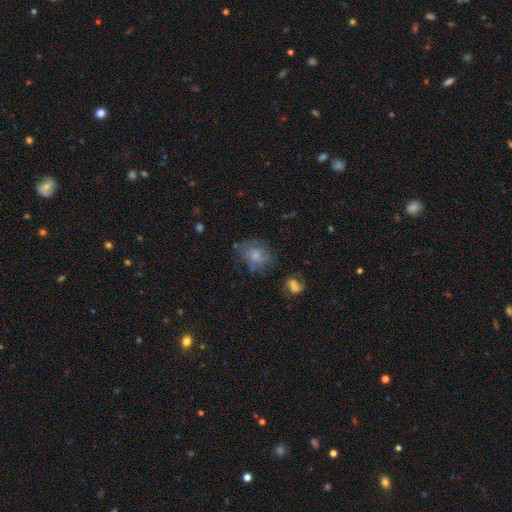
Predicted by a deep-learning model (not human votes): Overall: smooth (61%; featured or disk 28%). How rounded: round (59%; in between 40%). Merging: none (54%; minor disturbance 26%).